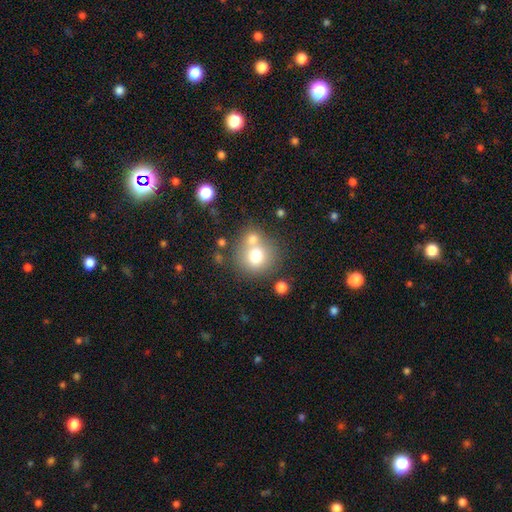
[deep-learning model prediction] A smooth galaxy with no disk features (72%) that is round (86%).

Vote fractions:
- Smooth or featured? smooth: 72% / featured or disk: 17% / star or artifact: 12%
- How rounded? round: 86% / in between: 13% / cigar-shaped: 1%
- Merging? none: 51% / merger: 35% / minor disturbance: 10% / major disturbance: 5%